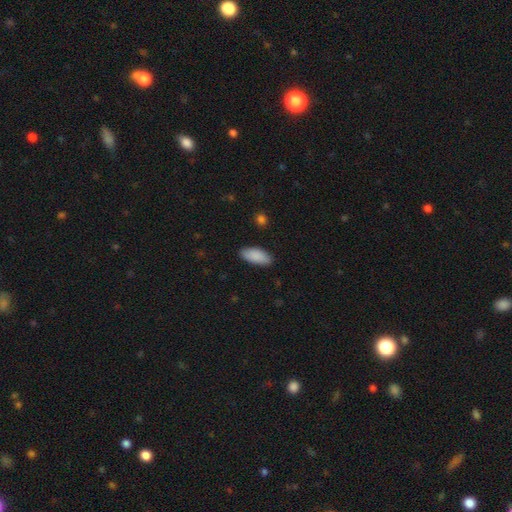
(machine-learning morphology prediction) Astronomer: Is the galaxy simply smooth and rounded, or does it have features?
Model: smooth — 89%.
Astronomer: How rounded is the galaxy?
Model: in between — 87%.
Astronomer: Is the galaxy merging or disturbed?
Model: none — 87%.